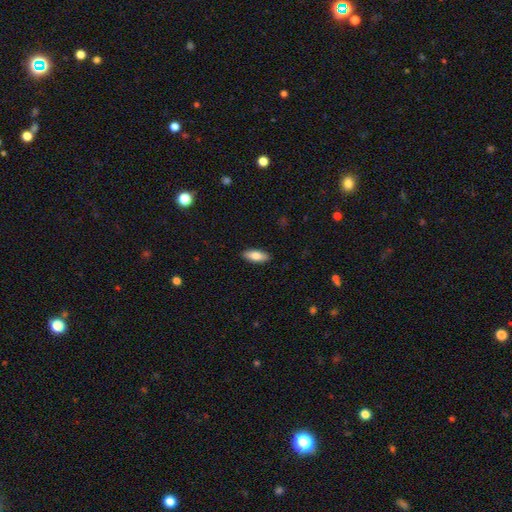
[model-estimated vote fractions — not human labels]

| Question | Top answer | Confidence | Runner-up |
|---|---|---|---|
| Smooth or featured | smooth | 82% | featured or disk (12%) |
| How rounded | in between | 81% | cigar-shaped (17%) |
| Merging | none | 90% | minor disturbance (7%) |